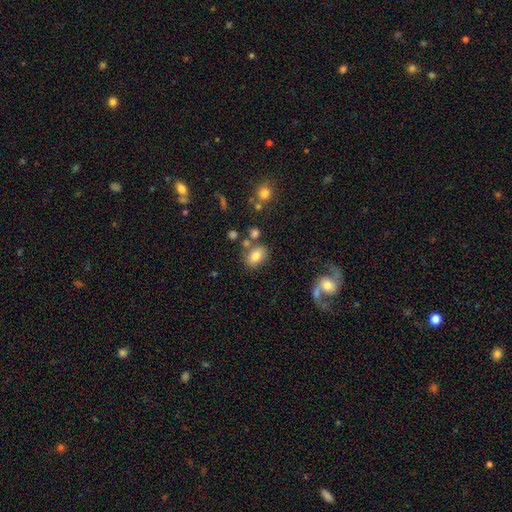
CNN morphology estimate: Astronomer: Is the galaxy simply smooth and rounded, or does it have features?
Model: smooth — 79%.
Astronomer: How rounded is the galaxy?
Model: in between — 80%.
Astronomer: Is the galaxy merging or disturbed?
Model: none — 68%.